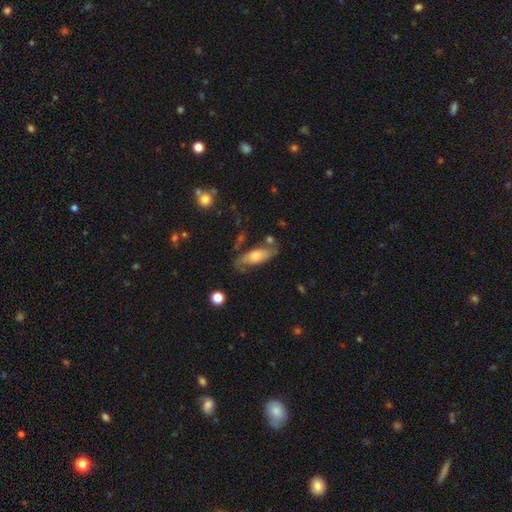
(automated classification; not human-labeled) A smooth galaxy with no disk features (51%) that is in between round and cigar-shaped (64%). Merging: none (63%).